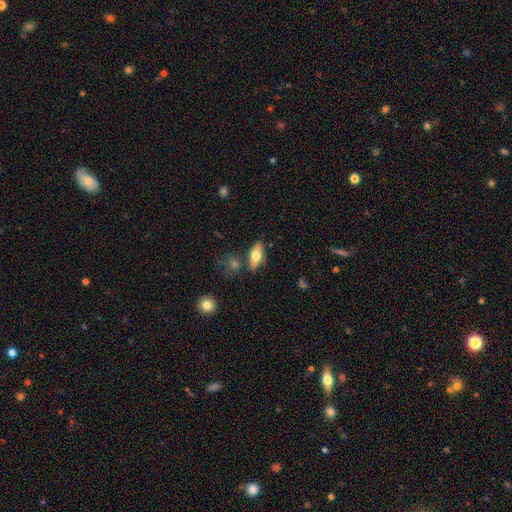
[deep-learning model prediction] Smooth or featured? Predicted: smooth (p=0.63). How rounded? Predicted: in between (p=0.77). Merging? Predicted: none (p=0.74).